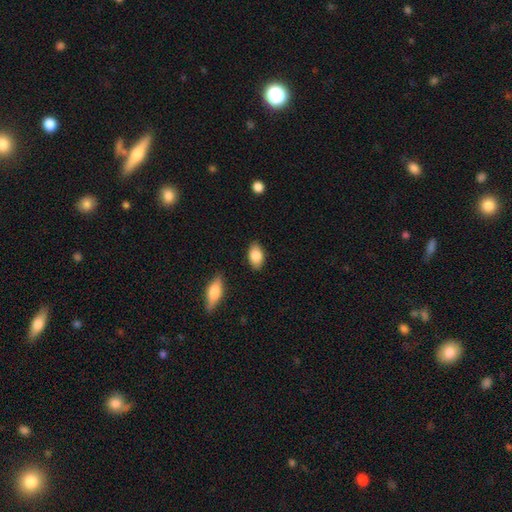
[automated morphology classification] A smooth galaxy with no disk features (85%) that is in between round and cigar-shaped (91%).

Vote fractions:
- Smooth or featured? smooth: 85% / featured or disk: 8% / star or artifact: 7%
- How rounded? in between: 91% / round: 7% / cigar-shaped: 2%
- Merging? none: 85% / minor disturbance: 11% / major disturbance: 2% / merger: 2%